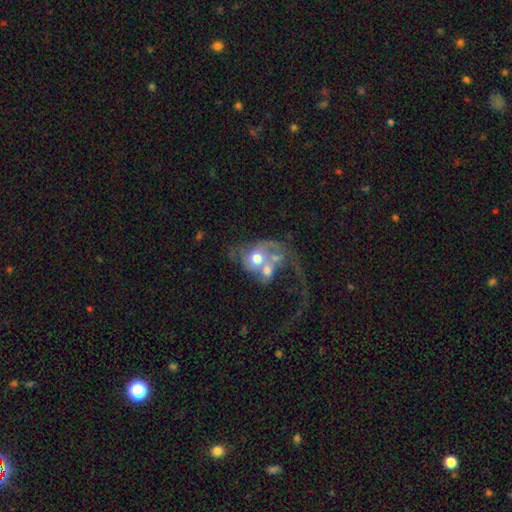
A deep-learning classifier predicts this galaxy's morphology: Smooth or featured?
  - featured or disk: 63% *
  - smooth: 25%
  - star or artifact: 12%
Edge-on disk?
  - no: 96% *
  - yes: 4%
Bar?
  - no: 76% *
  - weak: 19%
  - strong: 5%
Spiral arms?
  - yes: 60% *
  - no: 40%
Bulge size?
  - moderate: 59% *
  - small: 21%
  - large: 12%
  - none: 5%
  - dominant: 3%
Merging?
  - merger: 63% *
  - major disturbance: 21%
  - none: 11%
  - minor disturbance: 6%